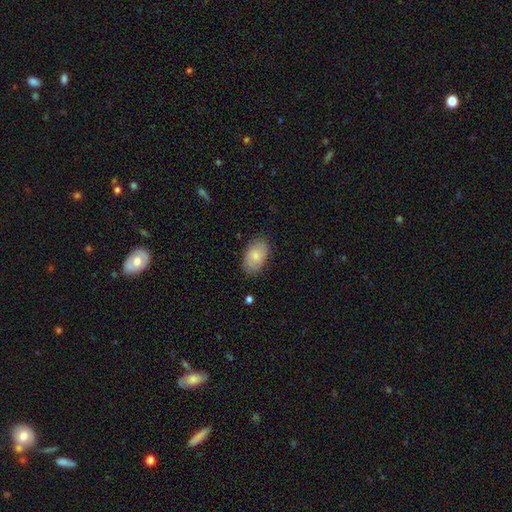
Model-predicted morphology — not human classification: Smooth or featured? Predicted: smooth (p=0.79). How rounded? Predicted: in between (p=0.92). Merging? Predicted: none (p=0.82).